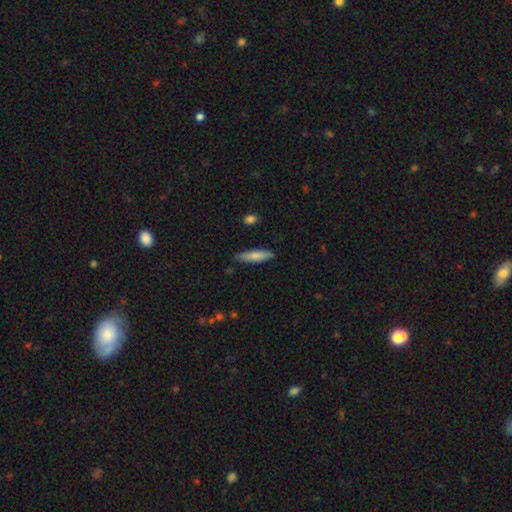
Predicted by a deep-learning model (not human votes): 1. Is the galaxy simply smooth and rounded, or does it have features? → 75% smooth, 19% featured or disk, 6% star or artifact.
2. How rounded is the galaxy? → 77% cigar-shaped, 22% in between, 2% round.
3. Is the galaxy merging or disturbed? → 82% none, 14% minor disturbance, 2% major disturbance, 2% merger.